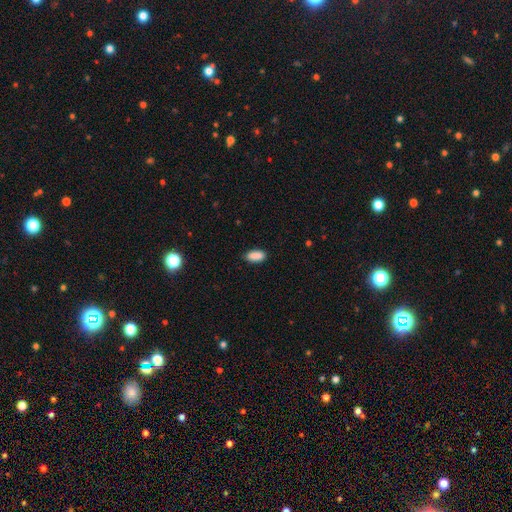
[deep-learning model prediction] Overall: smooth (89%). How rounded: in between (89%). Merging: none (85%).